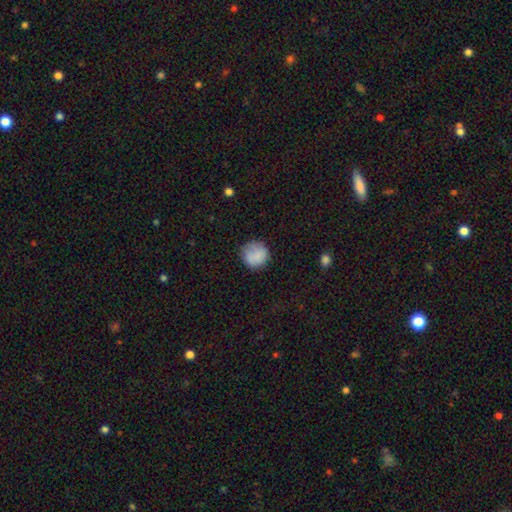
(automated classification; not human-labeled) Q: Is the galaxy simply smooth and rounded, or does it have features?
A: smooth — 83%.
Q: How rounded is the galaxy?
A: round — 91%.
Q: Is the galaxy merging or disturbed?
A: none — 75%.